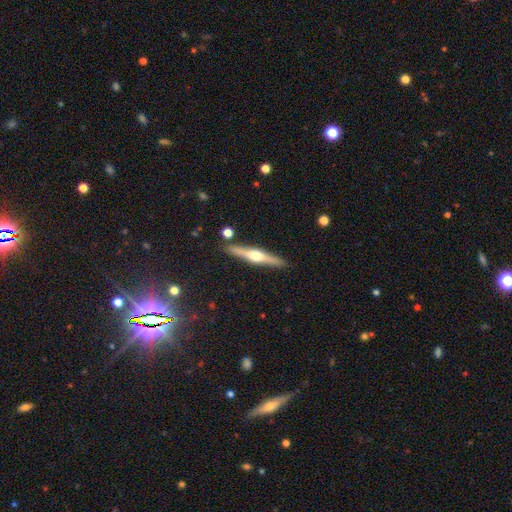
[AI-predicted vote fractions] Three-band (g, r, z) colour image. It shows a featured or disk galaxy (70%) viewed edge-on (97%) with a rounded central bulge (93%). Merging: none (89%).